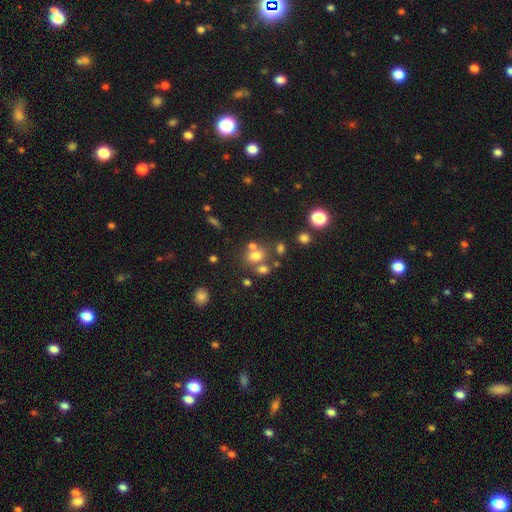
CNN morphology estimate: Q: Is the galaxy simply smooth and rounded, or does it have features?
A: smooth — 68%.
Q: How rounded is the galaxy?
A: round — 54%.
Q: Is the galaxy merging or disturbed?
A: none — 49%.